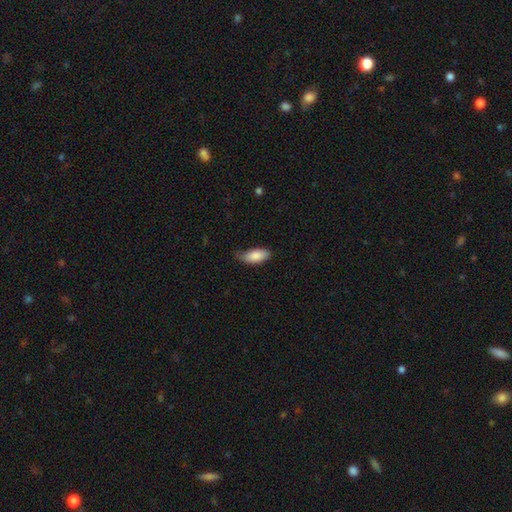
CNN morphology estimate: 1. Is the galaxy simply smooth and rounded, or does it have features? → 86% smooth, 8% featured or disk, 6% star or artifact.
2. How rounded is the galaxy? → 88% in between, 10% cigar-shaped, 2% round.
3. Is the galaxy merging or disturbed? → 62% none, 32% minor disturbance, 5% major disturbance, 1% merger.